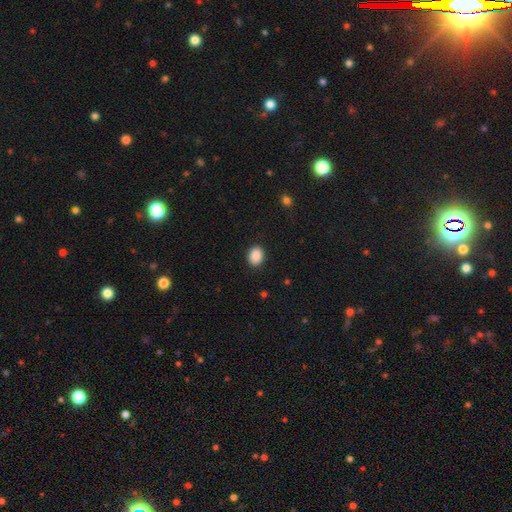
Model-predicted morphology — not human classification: type=smooth (90%); roundness=in between (62%); merging=none (90%).